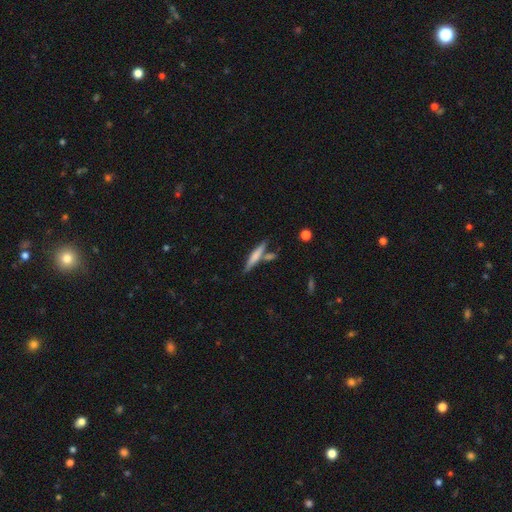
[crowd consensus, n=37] A smooth galaxy with no disk features (76%) that is cigar-shaped (82%).

Vote fractions:
- Smooth or featured? smooth: 76% / featured or disk: 24% / star or artifact: 0%
- How rounded? cigar-shaped: 82% / in between: 18% / round: 0%
- Merging? none: 70% / minor disturbance: 22% / merger: 8% / major disturbance: 0%